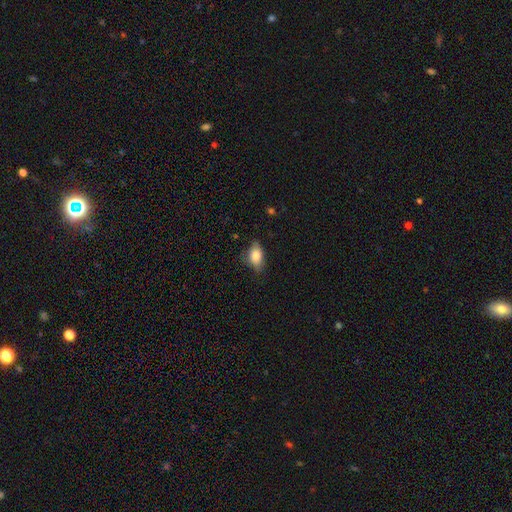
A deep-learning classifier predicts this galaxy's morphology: A smooth galaxy with no disk features (78%) that is in between round and cigar-shaped (85%).

Vote fractions:
- Smooth or featured? smooth: 78% / featured or disk: 14% / star or artifact: 8%
- How rounded? in between: 85% / round: 10% / cigar-shaped: 5%
- Merging? none: 67% / minor disturbance: 26% / major disturbance: 5% / merger: 1%